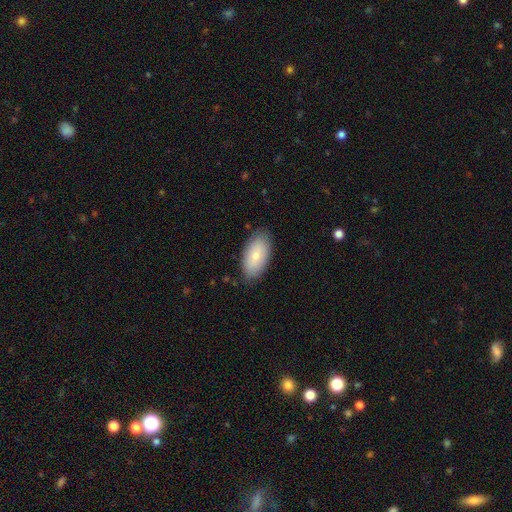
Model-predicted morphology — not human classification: The model was most divided on "smooth or featured": smooth: 75%, featured or disk: 19%, star or artifact: 6%. More confident: how rounded — in between (94%); merging — none (83%).